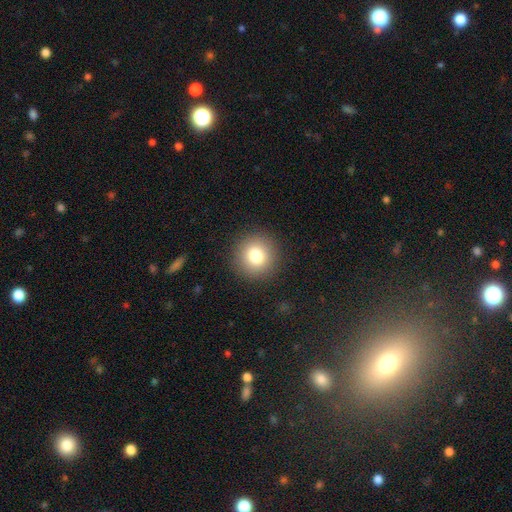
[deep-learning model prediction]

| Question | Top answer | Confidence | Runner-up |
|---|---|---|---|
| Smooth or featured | smooth | 80% | star or artifact (11%) |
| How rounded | round | 93% | in between (6%) |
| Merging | none | 91% | minor disturbance (6%) |